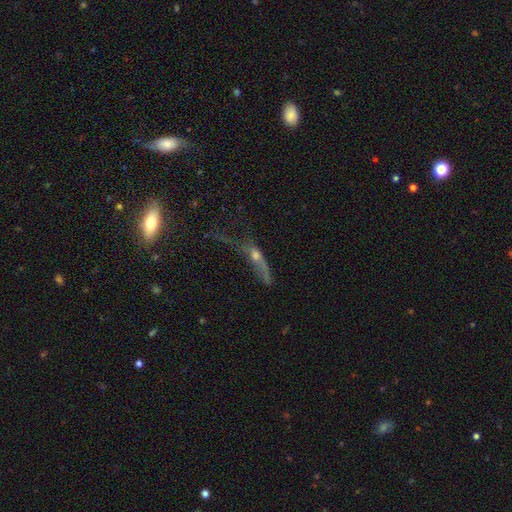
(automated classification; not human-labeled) This is possibly a featured or disk galaxy (46%). Merging: possibly major disturbance (49%).